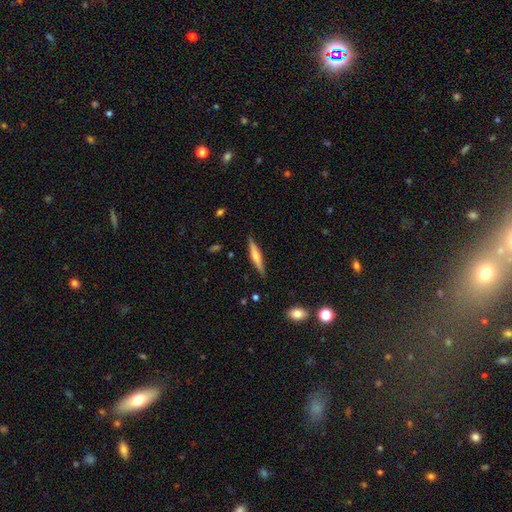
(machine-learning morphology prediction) A featured or disk galaxy (54%) viewed edge-on (96%) with a rounded central bulge (79%). Merging: none (88%).